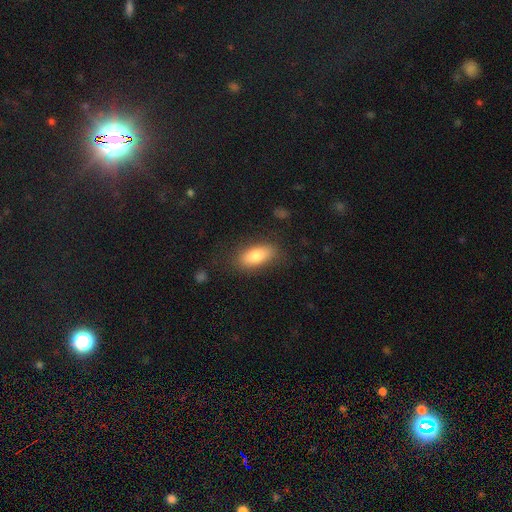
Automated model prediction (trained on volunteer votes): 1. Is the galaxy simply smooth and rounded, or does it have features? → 79% smooth, 14% featured or disk, 7% star or artifact.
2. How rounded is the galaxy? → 83% in between, 14% cigar-shaped, 3% round.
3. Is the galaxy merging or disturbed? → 82% none, 13% minor disturbance, 4% major disturbance, 1% merger.